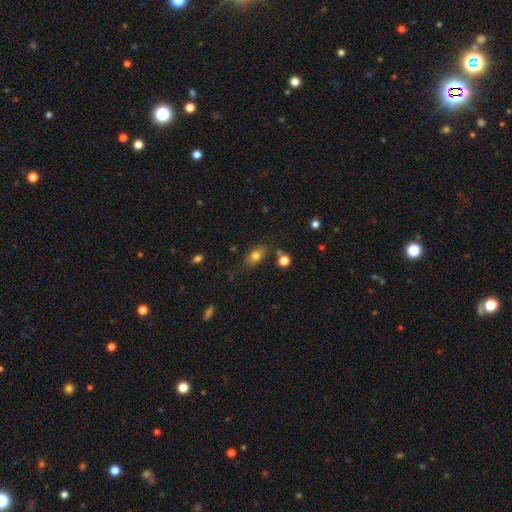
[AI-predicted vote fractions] Smooth or featured?
  - smooth: 79% *
  - star or artifact: 11%
  - featured or disk: 10%
How rounded?
  - in between: 79% *
  - round: 18%
  - cigar-shaped: 3%
Merging?
  - none: 74% *
  - minor disturbance: 15%
  - merger: 6%
  - major disturbance: 4%